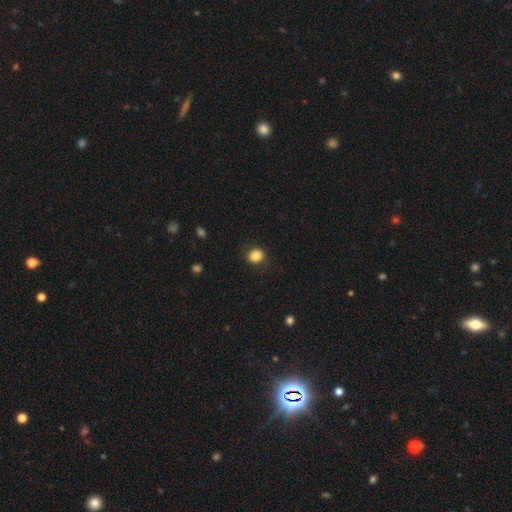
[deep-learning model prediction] smooth-or-featured: smooth: 86% | star or artifact: 10% | featured or disk: 4%
  how-rounded: round: 72% | in between: 27% | cigar-shaped: 1%
  merging: none: 87% | minor disturbance: 9% | major disturbance: 3% | merger: 1%